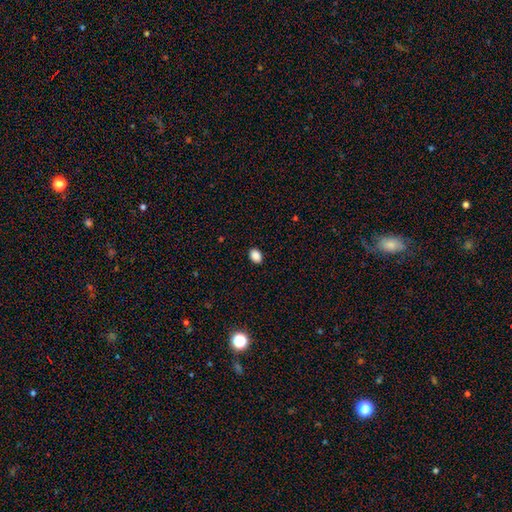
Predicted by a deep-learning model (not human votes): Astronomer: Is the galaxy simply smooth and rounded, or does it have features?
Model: smooth — 88%.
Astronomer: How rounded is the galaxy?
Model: in between — 74%.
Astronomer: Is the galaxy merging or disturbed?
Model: none — 90%.